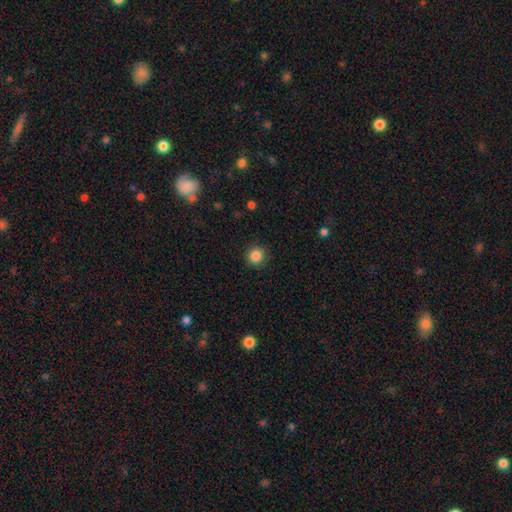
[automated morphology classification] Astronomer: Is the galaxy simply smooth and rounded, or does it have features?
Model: smooth — 86%.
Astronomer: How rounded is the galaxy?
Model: round — 93%.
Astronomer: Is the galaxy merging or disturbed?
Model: none — 91%.